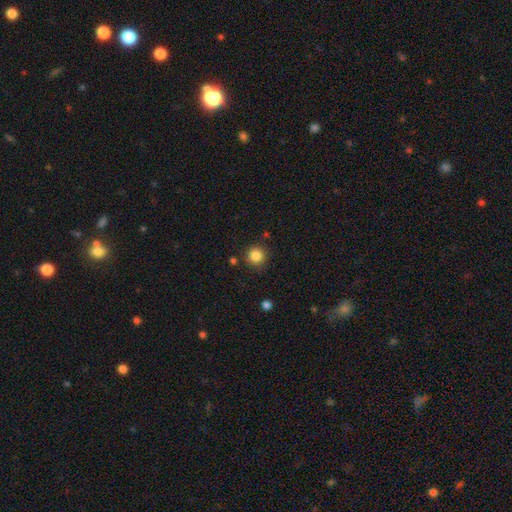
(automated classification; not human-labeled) Overall: smooth (85%). How rounded: round (95%). Merging: none (88%).